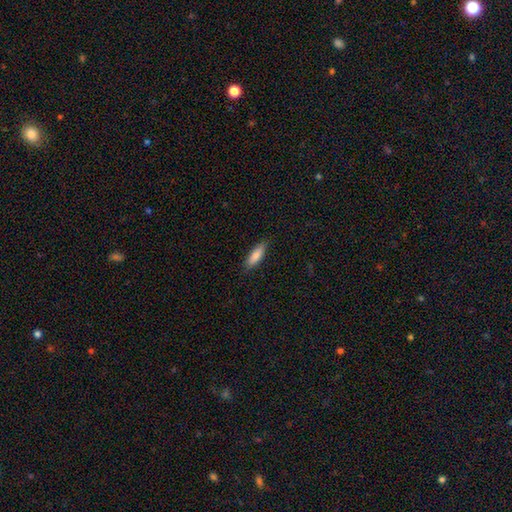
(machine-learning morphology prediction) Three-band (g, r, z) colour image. It shows a smooth galaxy with no disk features (83%) that is in between round and cigar-shaped (55%). Merging: none (86%).